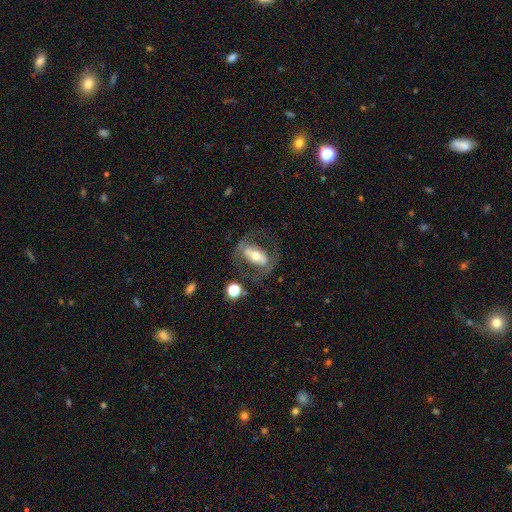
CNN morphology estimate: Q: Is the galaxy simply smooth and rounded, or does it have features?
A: featured or disk — 65%.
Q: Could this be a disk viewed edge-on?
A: no — 88%.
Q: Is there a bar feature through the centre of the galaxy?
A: strong — 50%.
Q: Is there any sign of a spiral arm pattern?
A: yes — 54%.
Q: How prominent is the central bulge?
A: moderate — 59%.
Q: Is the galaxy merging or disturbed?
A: none — 58%.